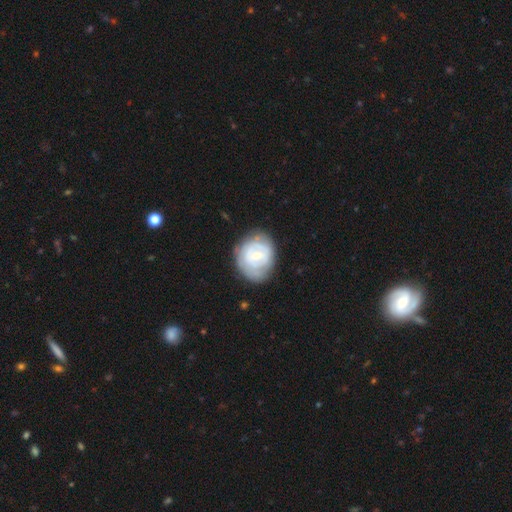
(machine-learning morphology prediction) This appears to be a featured or disk galaxy (57%) with no bar (53%), spiral arms (60%) and a small central bulge (60%). Merging: none (66%).